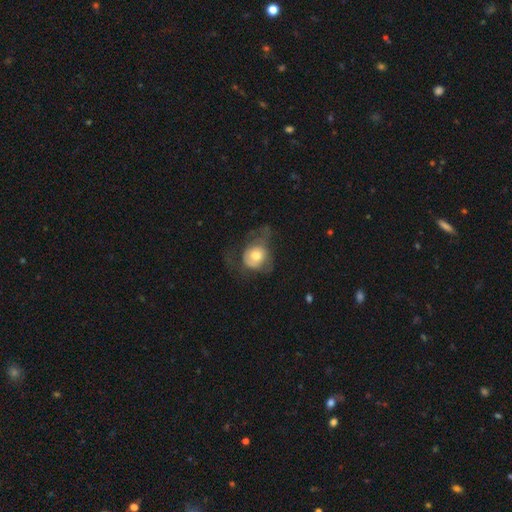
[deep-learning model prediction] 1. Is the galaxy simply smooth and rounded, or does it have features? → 60% smooth, 32% featured or disk, 8% star or artifact.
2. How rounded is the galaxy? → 65% round, 34% in between, 1% cigar-shaped.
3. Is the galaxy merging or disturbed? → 46% major disturbance, 27% none, 24% minor disturbance, 2% merger.